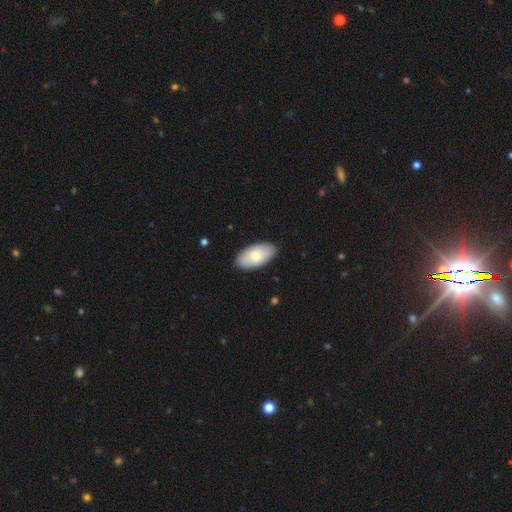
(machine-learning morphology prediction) This appears to be a smooth galaxy with no disk features (72%) that is in between round and cigar-shaped (95%). Merging: none (87%).